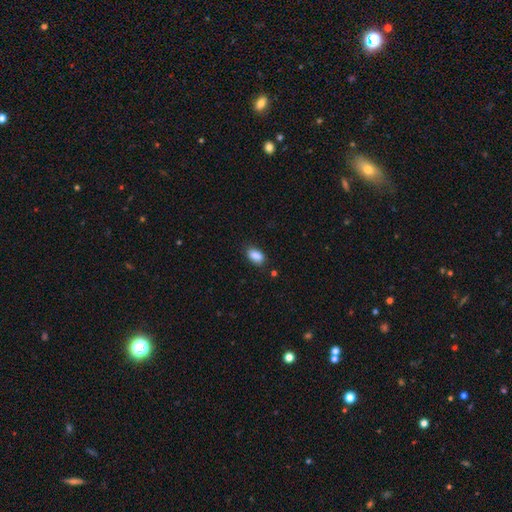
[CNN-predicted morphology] smooth_or_featured: smooth (p=0.87) [alt: star or artifact p=0.08]
how_rounded: in between (p=0.89) [alt: round p=0.07]
merging: none (p=0.76) [alt: minor disturbance p=0.18]